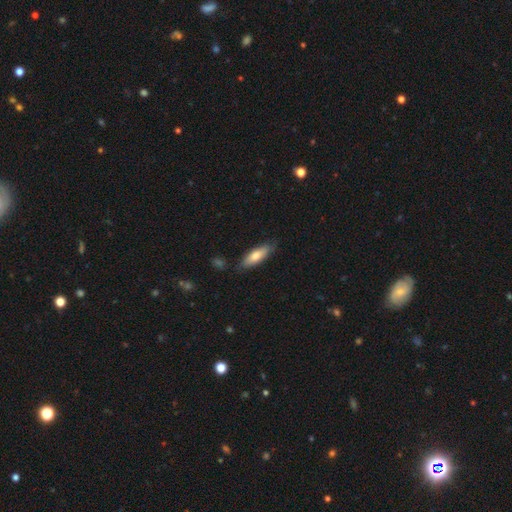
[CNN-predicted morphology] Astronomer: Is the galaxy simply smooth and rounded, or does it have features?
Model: smooth — 70%.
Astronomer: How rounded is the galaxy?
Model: in between — 52% (runner-up: cigar-shaped, 47%).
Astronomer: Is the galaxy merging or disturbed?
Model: none — 79%.